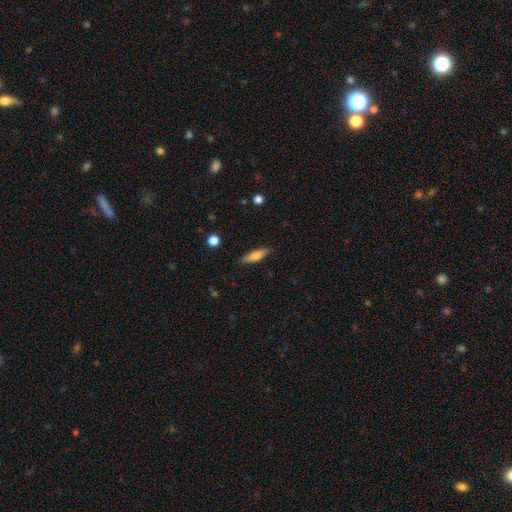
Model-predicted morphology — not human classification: Smooth or featured? Predicted: smooth (p=0.70). How rounded? Predicted: cigar-shaped (p=0.63). Merging? Predicted: none (p=0.87).